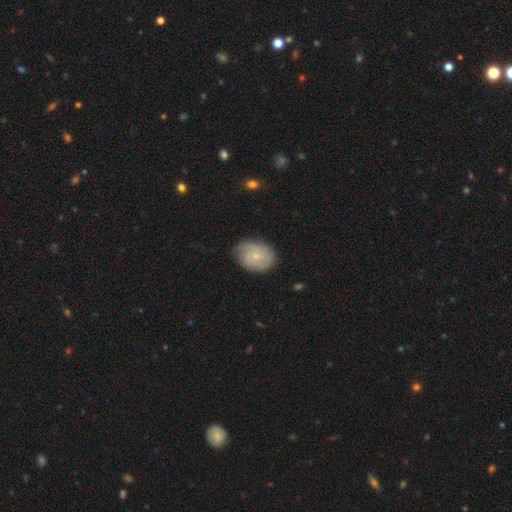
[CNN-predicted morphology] This appears to be a featured or disk galaxy (50%). Merging: none (69%).